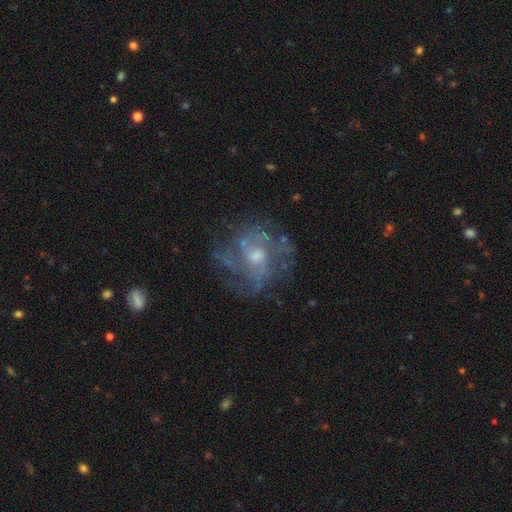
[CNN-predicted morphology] The model was most divided on "spiral arm count": can't tell: 37%, 3: 21%, 2: 16%, 4: 14%, more than 4: 6%, 1: 5%. Remaining: edge-on disk — no (97%); spiral arms — yes (80%); smooth or featured — featured or disk (78%); bar — no (65%); merging — none (65%); bulge size — moderate (54%); spiral winding — medium (46%).